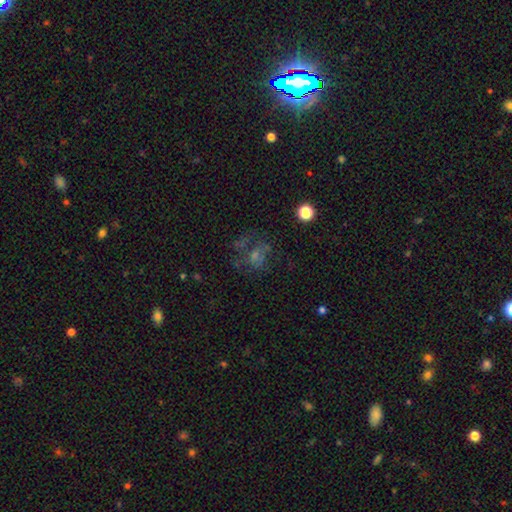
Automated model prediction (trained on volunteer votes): featured or disk 37%, star or artifact 34%, smooth 29%. Down the decision tree: merging — none (52%).